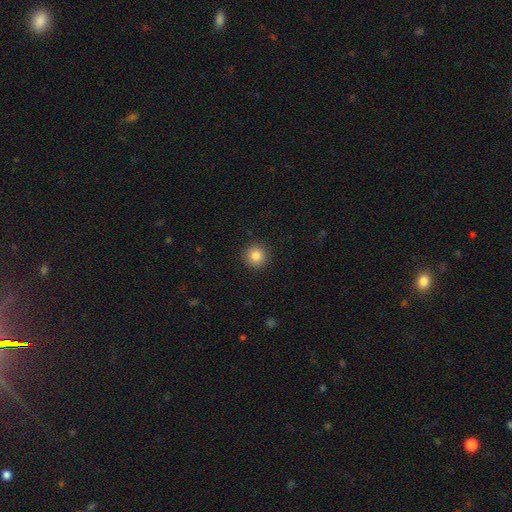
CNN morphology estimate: smooth 85%, star or artifact 10%, featured or disk 5%. Down the decision tree: how rounded — round (95%); merging — none (92%).